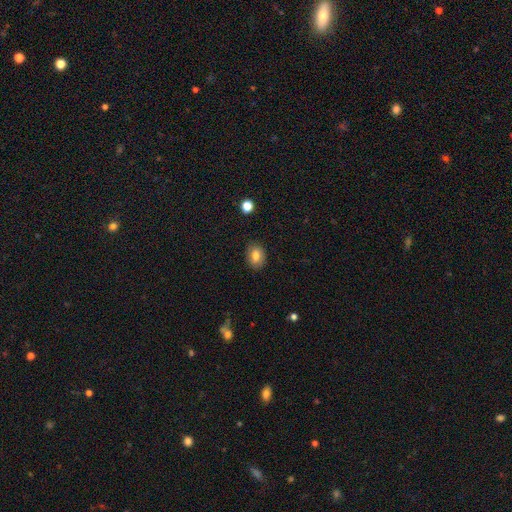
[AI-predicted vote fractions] Morphology: type=smooth (81%); roundness=in between (69%); merging=none (86%).